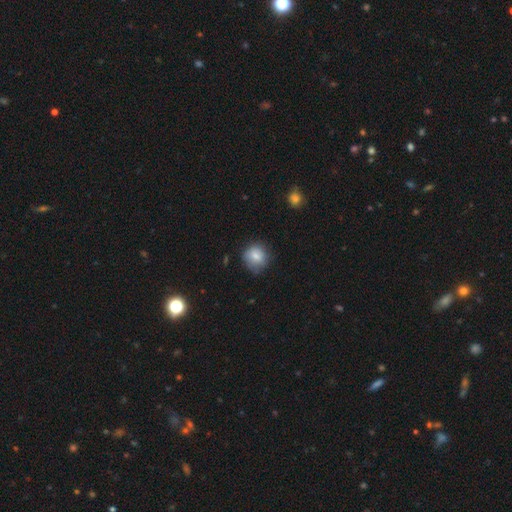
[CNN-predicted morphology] A smooth galaxy with no disk features (79%) that is round (84%).

Vote fractions:
- Smooth or featured? smooth: 79% / featured or disk: 12% / star or artifact: 9%
- How rounded? round: 84% / in between: 15% / cigar-shaped: 1%
- Merging? none: 71% / minor disturbance: 22% / major disturbance: 5% / merger: 2%